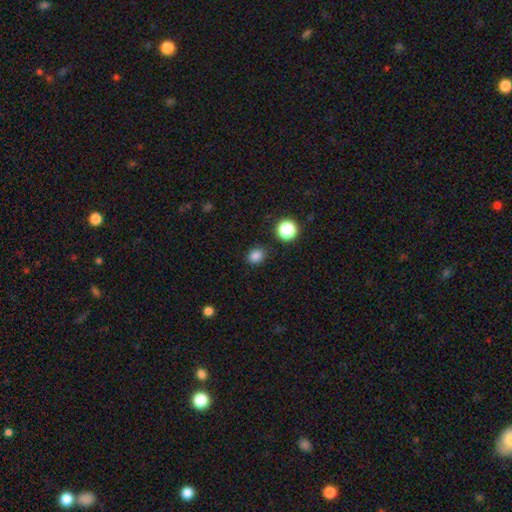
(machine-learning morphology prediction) Smooth or featured? smooth (83%)
How rounded? round (64%)
Merging? none (87%)